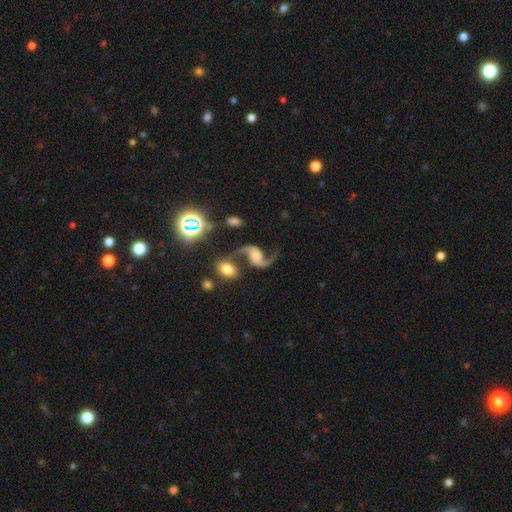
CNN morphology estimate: featured or disk 88%, star or artifact 7%, smooth 6%. Down the decision tree: edge-on disk — no (97%); bar — no (59%); spiral arms — yes (97%); spiral arm count — 2 (93%); spiral winding — loose (82%); bulge size — moderate (31%); merging — none (61%).